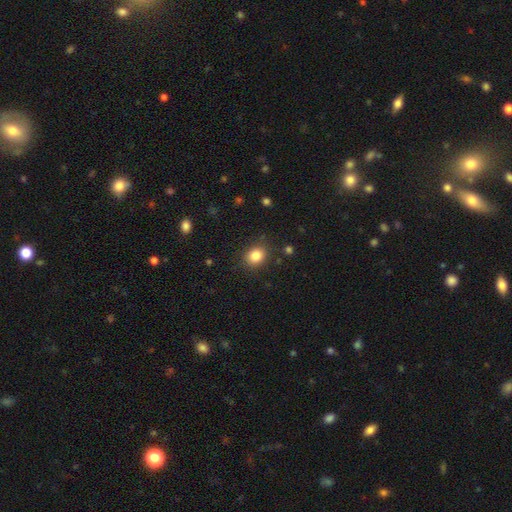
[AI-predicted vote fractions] This is clearly a smooth galaxy (84%). How rounded: likely round (60%). Merging: clearly none (86%).